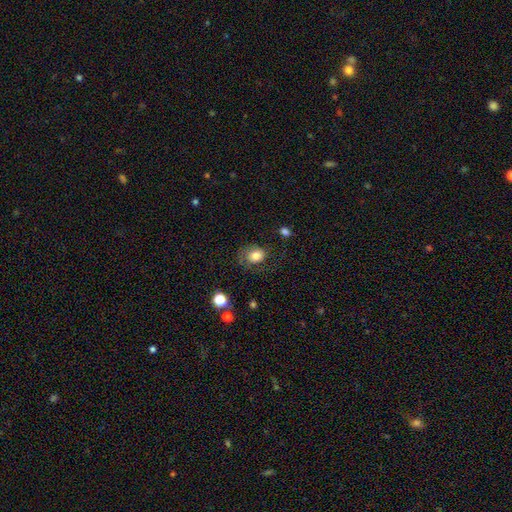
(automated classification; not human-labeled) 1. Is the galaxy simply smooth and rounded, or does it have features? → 76% smooth, 15% featured or disk, 9% star or artifact.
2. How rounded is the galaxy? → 50% round, 49% in between, 1% cigar-shaped.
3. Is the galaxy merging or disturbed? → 55% none, 23% minor disturbance, 19% major disturbance, 2% merger.